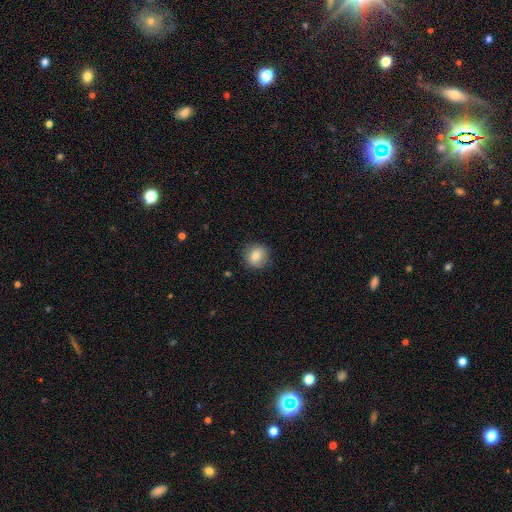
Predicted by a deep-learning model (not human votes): smooth_or_featured: smooth (p=0.83) [alt: star or artifact p=0.09]
how_rounded: round (p=0.86) [alt: in between p=0.13]
merging: none (p=0.83) [alt: minor disturbance p=0.13]